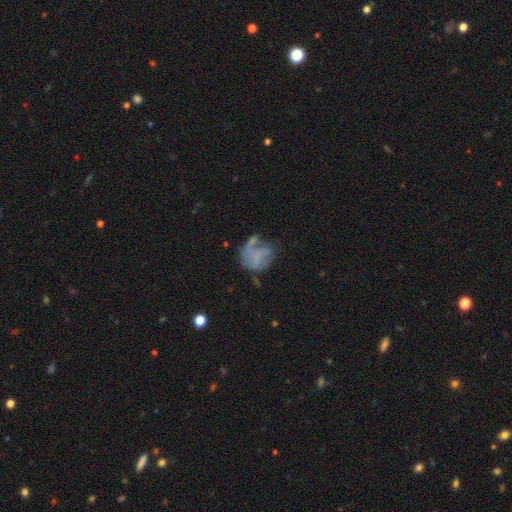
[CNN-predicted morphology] Q: Smooth or featured?
A: smooth (48%); runner-up: featured or disk (41%)
Q: Merging?
A: none (35%); runner-up: major disturbance (32%)